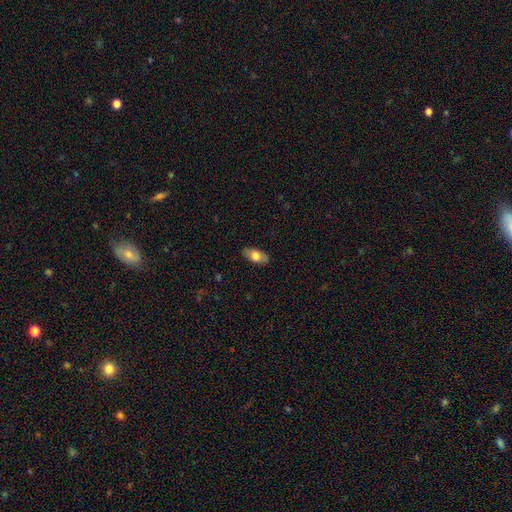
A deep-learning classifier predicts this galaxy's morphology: Smooth or featured?
  - smooth: 72% *
  - featured or disk: 22%
  - star or artifact: 6%
How rounded?
  - in between: 90% *
  - cigar-shaped: 7%
  - round: 4%
Merging?
  - none: 86% *
  - minor disturbance: 11%
  - major disturbance: 2%
  - merger: 1%